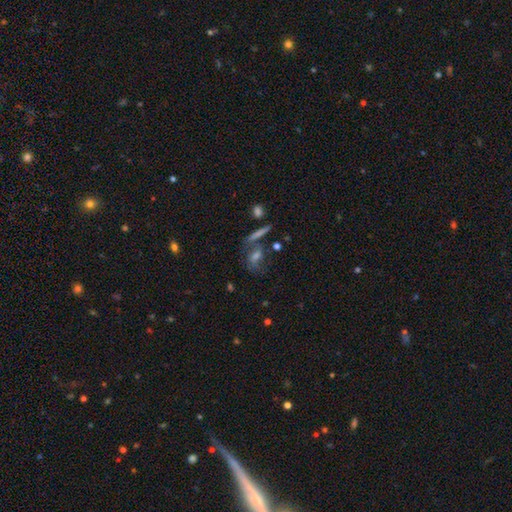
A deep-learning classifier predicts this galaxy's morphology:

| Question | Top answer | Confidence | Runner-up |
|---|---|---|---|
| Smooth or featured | featured or disk | 39% | smooth (34%) |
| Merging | none | 49% | merger (25%) |